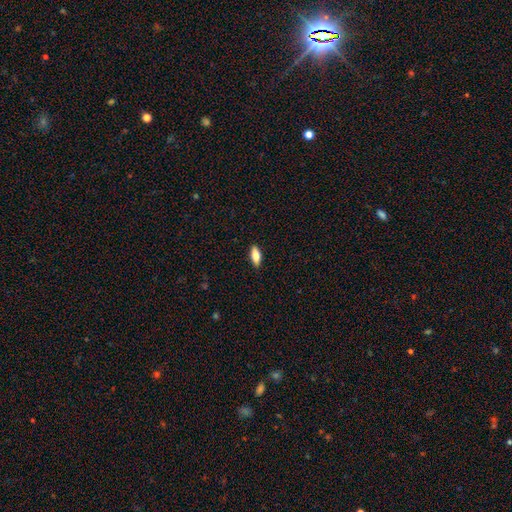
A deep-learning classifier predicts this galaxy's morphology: Smooth or featured? smooth (76%)
How rounded? in between (78%)
Merging? none (89%)